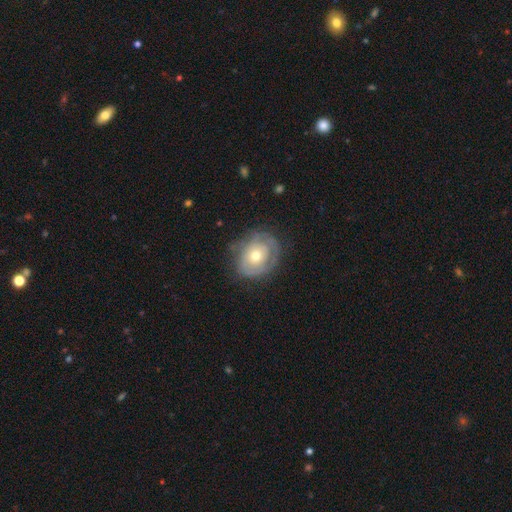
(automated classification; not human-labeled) A featured or disk galaxy (60%) with no bar (87%), spiral arms (59%) and a moderate central bulge (59%). Merging: none (67%).